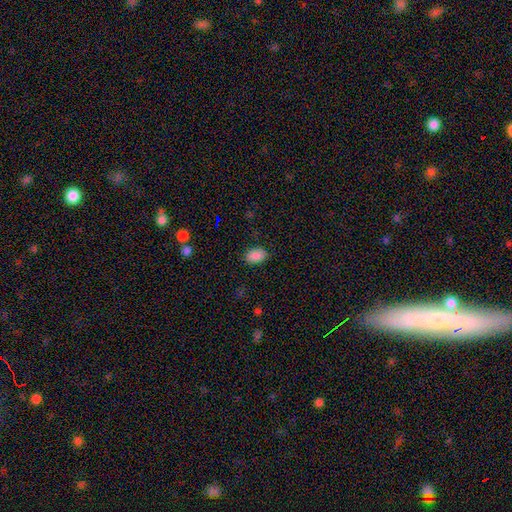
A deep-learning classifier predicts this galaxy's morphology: Smooth or featured? Predicted: smooth (p=0.87). How rounded? Predicted: in between (p=0.87). Merging? Predicted: none (p=0.82).